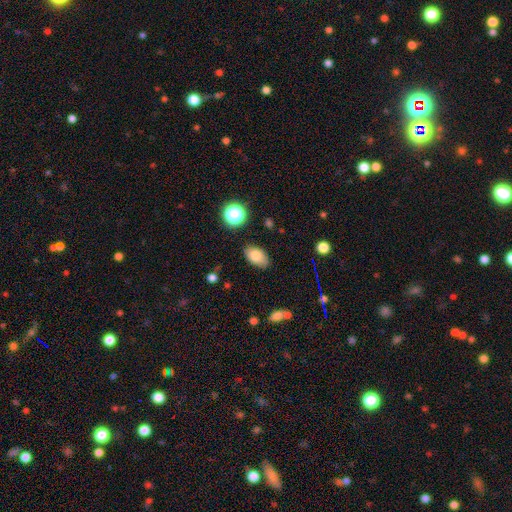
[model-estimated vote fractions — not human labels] smooth-or-featured: smooth: 82% | star or artifact: 9% | featured or disk: 9%
  how-rounded: in between: 91% | round: 8% | cigar-shaped: 1%
  merging: none: 81% | minor disturbance: 14% | major disturbance: 3% | merger: 2%